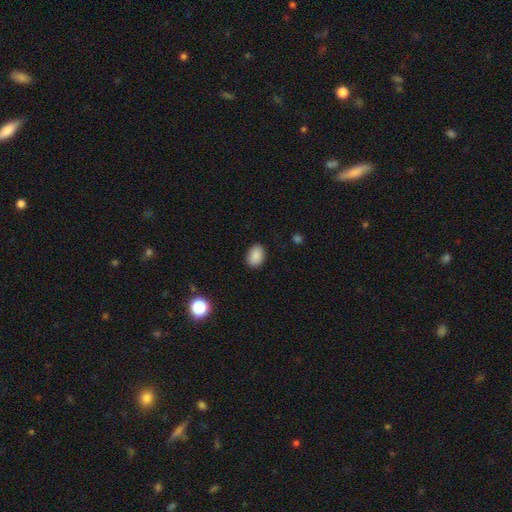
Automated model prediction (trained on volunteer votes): This appears to be a smooth galaxy with no disk features (87%) that is in between round and cigar-shaped (78%). Merging: none (87%).